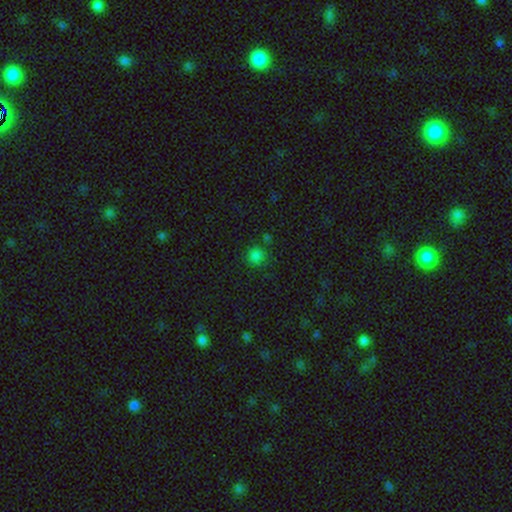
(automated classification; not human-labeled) Smooth or featured? smooth (79%)
How rounded? round (91%)
Merging? none (80%)